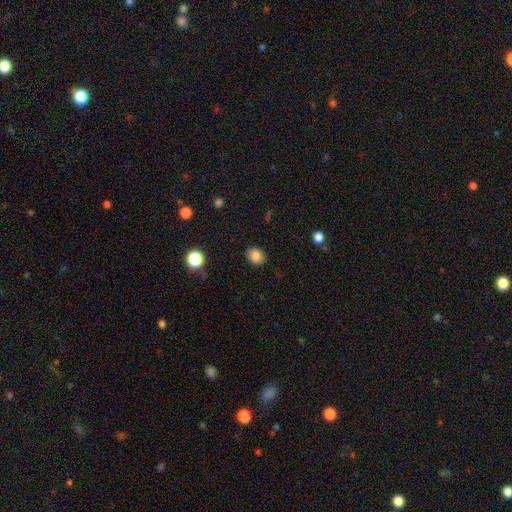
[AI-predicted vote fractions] Smooth or featured? smooth (83%)
How rounded? round (50%)
Merging? none (86%)